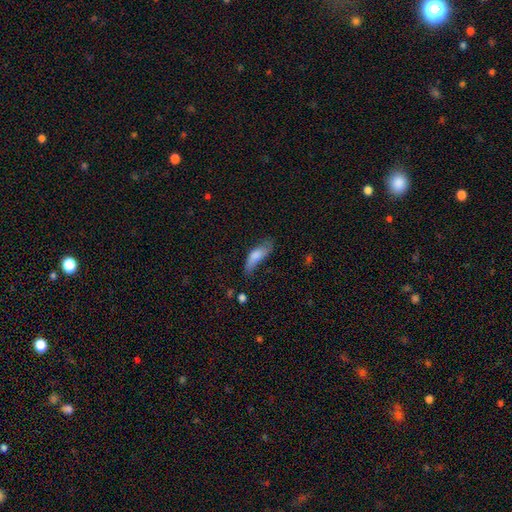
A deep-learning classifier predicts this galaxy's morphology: A smooth galaxy with no disk features (67%) that is in between round and cigar-shaped (59%).

Vote fractions:
- Smooth or featured? smooth: 67% / featured or disk: 26% / star or artifact: 8%
- How rounded? in between: 59% / cigar-shaped: 38% / round: 3%
- Merging? none: 43% / minor disturbance: 35% / major disturbance: 18% / merger: 4%